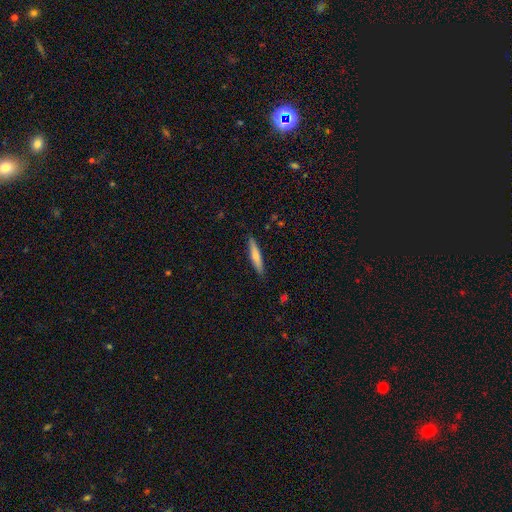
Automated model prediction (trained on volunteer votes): Q: Smooth or featured?
A: smooth (65%); runner-up: featured or disk (29%)
Q: How rounded?
A: cigar-shaped (89%); runner-up: in between (9%)
Q: Merging?
A: none (88%); runner-up: minor disturbance (9%)